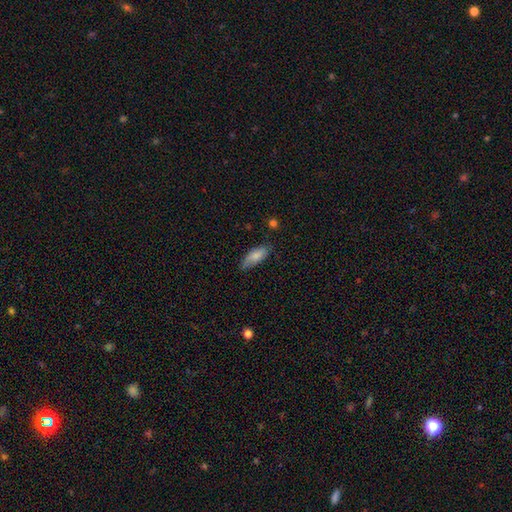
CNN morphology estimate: type=smooth (81%); roundness=in between (77%); merging=none (69%).